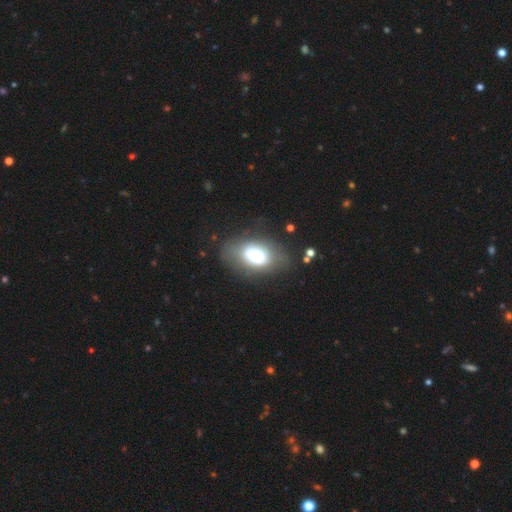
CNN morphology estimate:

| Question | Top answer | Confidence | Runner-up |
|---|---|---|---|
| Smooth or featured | smooth | 69% | featured or disk (22%) |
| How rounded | in between | 86% | round (12%) |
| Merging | none | 68% | minor disturbance (18%) |